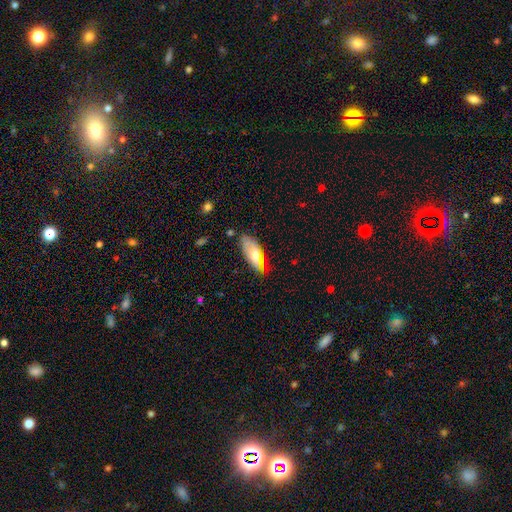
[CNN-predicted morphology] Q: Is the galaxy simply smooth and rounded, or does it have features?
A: smooth — 61%.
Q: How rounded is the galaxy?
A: in between — 78%.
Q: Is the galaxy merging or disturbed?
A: none — 71%.